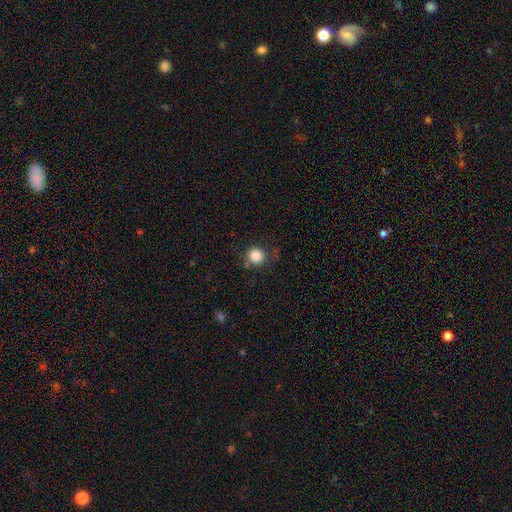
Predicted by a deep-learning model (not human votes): smooth_or_featured: smooth (p=0.84) [alt: star or artifact p=0.11]
how_rounded: round (p=0.89) [alt: in between p=0.10]
merging: none (p=0.80) [alt: minor disturbance p=0.13]